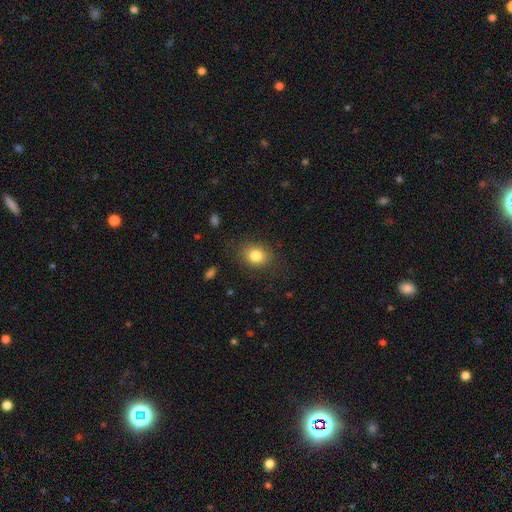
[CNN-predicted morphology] smooth 82%, star or artifact 10%, featured or disk 8%. Down the decision tree: how rounded — round (56%); merging — none (84%).